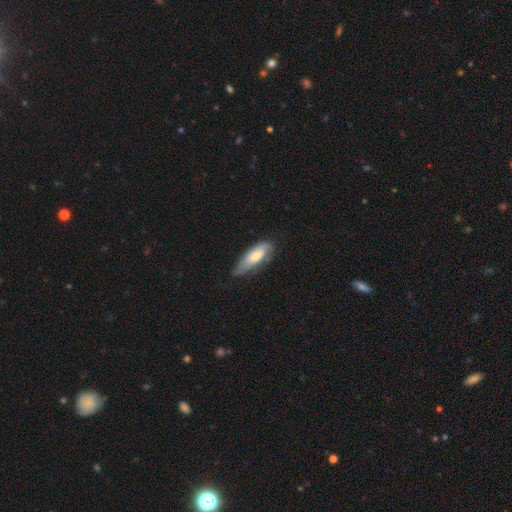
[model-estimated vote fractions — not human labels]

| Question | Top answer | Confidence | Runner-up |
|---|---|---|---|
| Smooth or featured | smooth | 54% | featured or disk (39%) |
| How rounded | in between | 63% | cigar-shaped (35%) |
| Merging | none | 47% | minor disturbance (37%) |